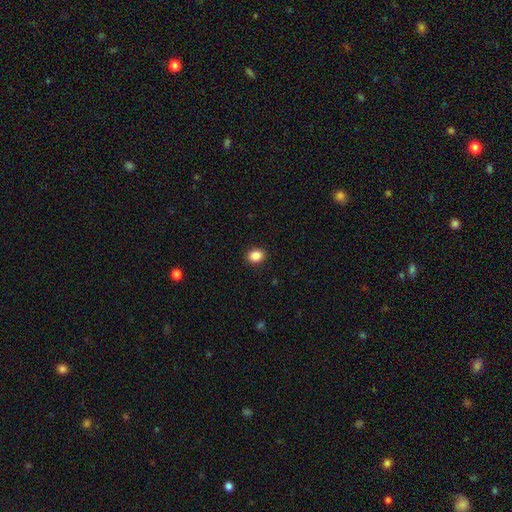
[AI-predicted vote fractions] smooth 87%, star or artifact 9%, featured or disk 3%. Down the decision tree: how rounded — in between (50%); merging — none (91%).